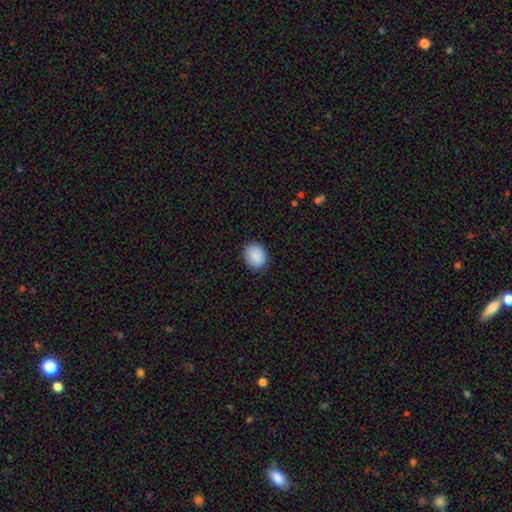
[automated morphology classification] smooth-or-featured: smooth: 89% | star or artifact: 7% | featured or disk: 4%
  how-rounded: in between: 50% | round: 49% | cigar-shaped: 1%
  merging: none: 88% | minor disturbance: 9% | major disturbance: 2% | merger: 1%